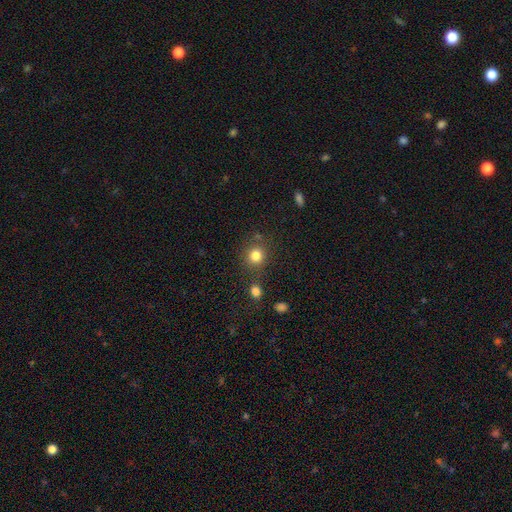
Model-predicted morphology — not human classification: A smooth galaxy with no disk features (82%) that is round (86%). Merging: none (76%).